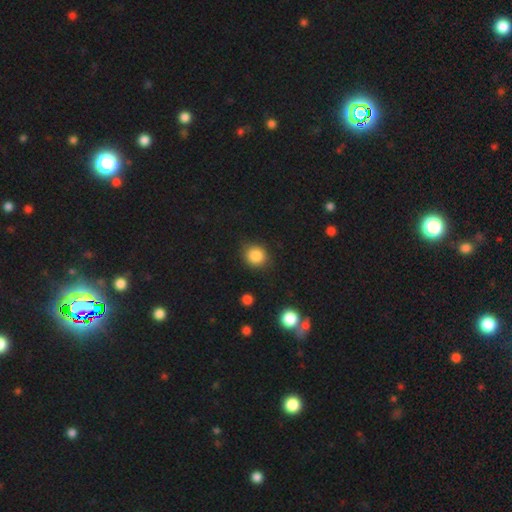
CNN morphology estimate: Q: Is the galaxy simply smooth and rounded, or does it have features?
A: smooth — 86%.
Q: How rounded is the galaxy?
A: round — 84%.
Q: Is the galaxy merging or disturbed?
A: none — 85%.